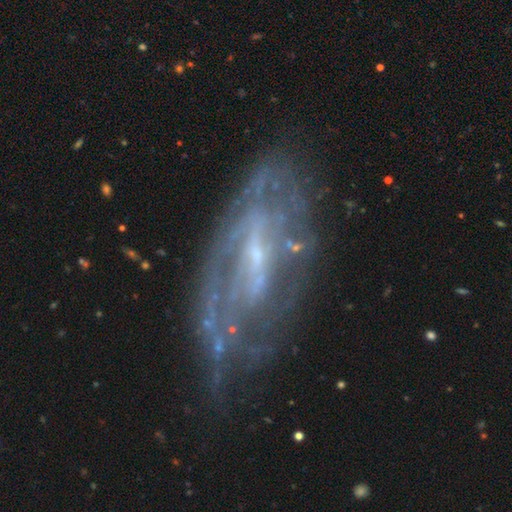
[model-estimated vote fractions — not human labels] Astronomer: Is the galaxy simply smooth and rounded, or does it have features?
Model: featured or disk — 80%.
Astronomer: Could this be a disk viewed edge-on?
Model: no — 89%.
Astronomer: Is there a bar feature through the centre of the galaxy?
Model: weak — 46% (runner-up: no, 29%).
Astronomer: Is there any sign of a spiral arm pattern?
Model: yes — 70%.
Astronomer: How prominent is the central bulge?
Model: small — 71%.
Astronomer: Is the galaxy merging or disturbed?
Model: none — 55%.